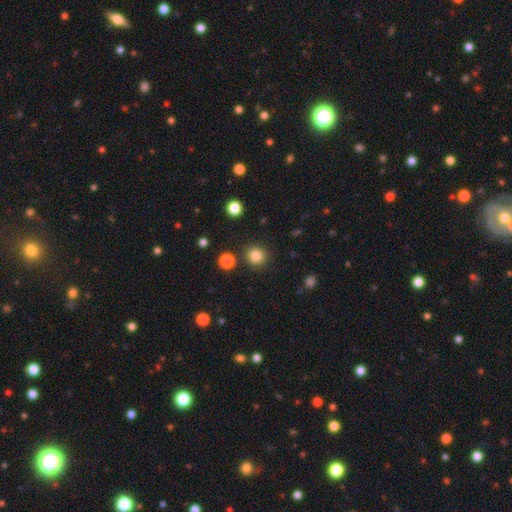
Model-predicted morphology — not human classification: Smooth or featured: smooth — 84% (star or artifact — 12%)
How rounded: round — 93% (in between — 6%)
Merging: none — 89% (minor disturbance — 6%)